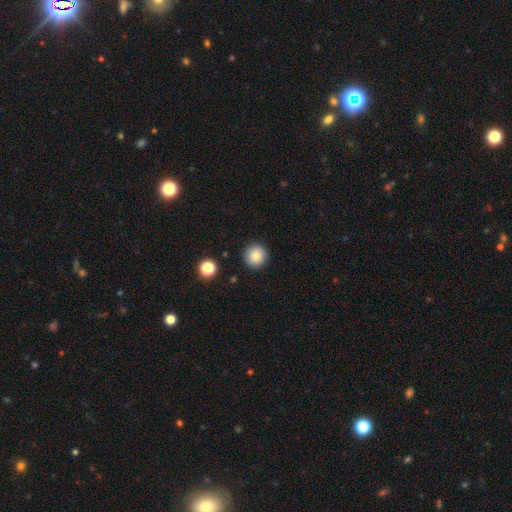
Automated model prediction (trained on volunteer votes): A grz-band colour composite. It shows a smooth galaxy with no disk features (86%) that is round (93%). Merging: none (90%).